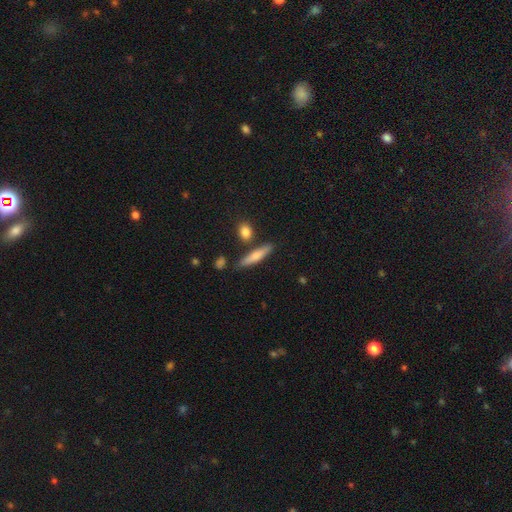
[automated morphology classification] Smooth or featured?
  - smooth: 66% *
  - featured or disk: 28%
  - star or artifact: 6%
How rounded?
  - cigar-shaped: 82% *
  - in between: 15%
  - round: 3%
Merging?
  - none: 79% *
  - minor disturbance: 11%
  - merger: 7%
  - major disturbance: 3%